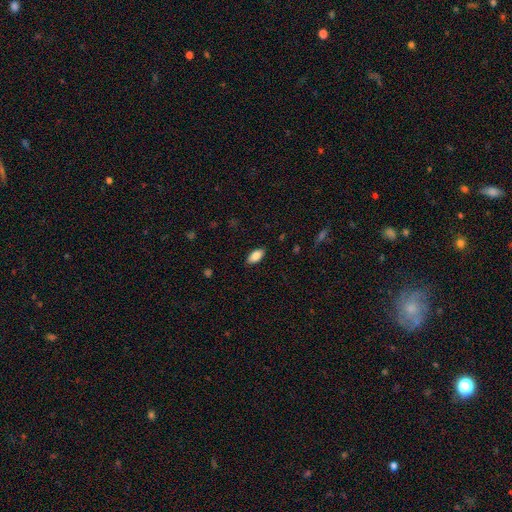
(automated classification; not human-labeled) Morphology: type=smooth (85%); roundness=in between (92%); merging=none (88%).